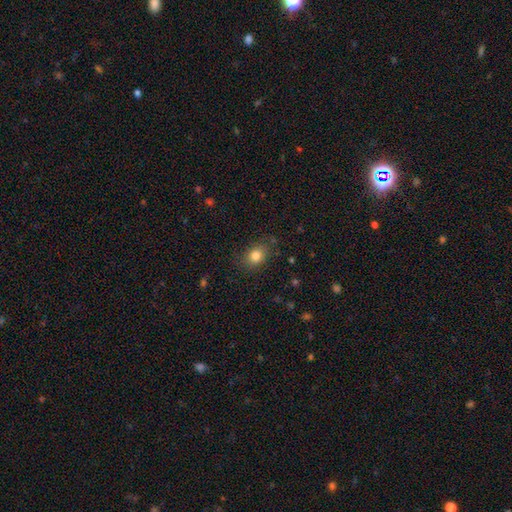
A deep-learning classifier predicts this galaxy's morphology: This appears to be a smooth galaxy with no disk features (82%) that is in between round and cigar-shaped (56%). Merging: none (80%).